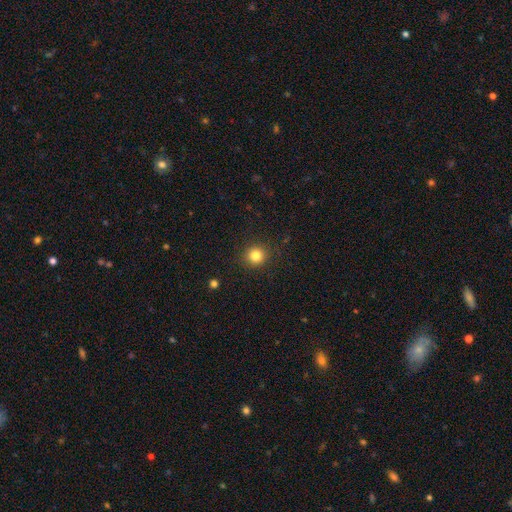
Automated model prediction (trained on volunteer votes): Smooth or featured? Predicted: smooth (p=0.83). How rounded? Predicted: round (p=0.93). Merging? Predicted: none (p=0.91).